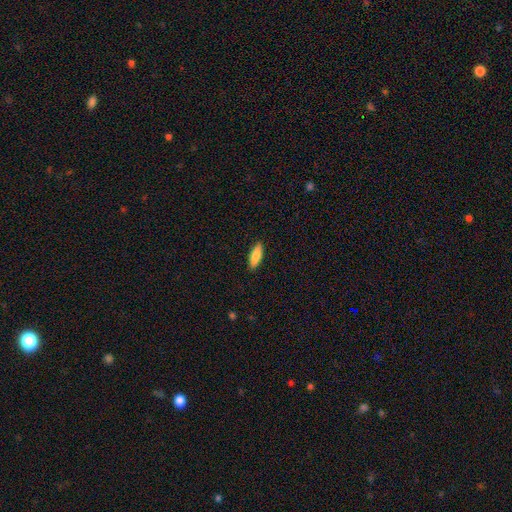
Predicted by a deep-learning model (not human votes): The model was most divided on "how rounded": in between: 56%, cigar-shaped: 42%, round: 2%. More confident: merging — none (89%); smooth or featured — smooth (82%).